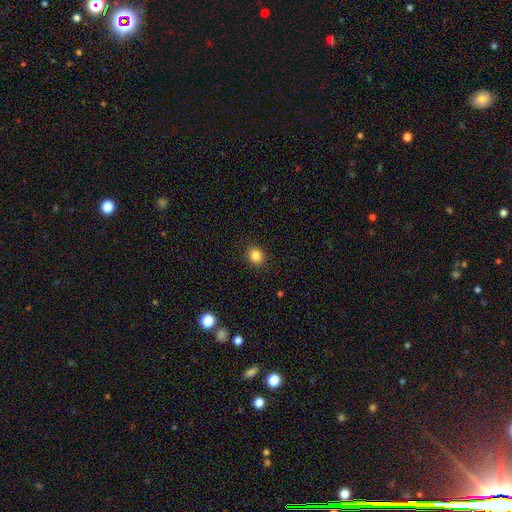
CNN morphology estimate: smooth 84%, star or artifact 11%, featured or disk 5%. Down the decision tree: how rounded — round (70%); merging — none (91%).